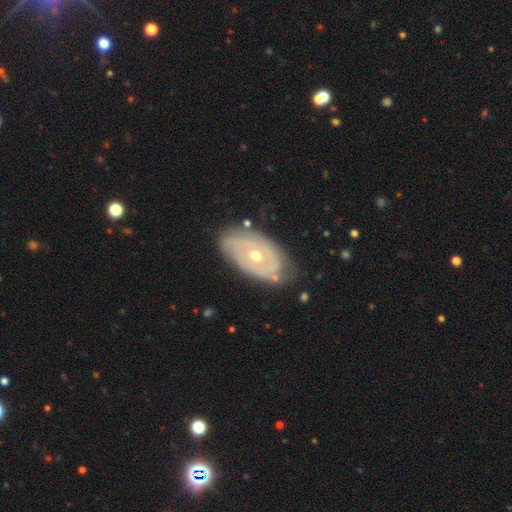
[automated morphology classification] smooth-or-featured: featured or disk: 76% | smooth: 19% | star or artifact: 5%
  disk-edge-on: no: 93% | yes: 7%
    bar: no: 77% | weak: 18% | strong: 5%
    has-spiral-arms: yes: 67% | no: 33%
    bulge-size: moderate: 52% | small: 45% | large: 1% | none: 1% | dominant: 1%
  merging: none: 71% | minor disturbance: 21% | major disturbance: 5% | merger: 2%